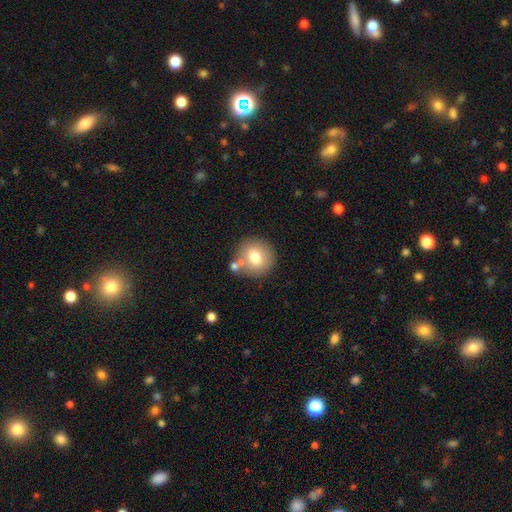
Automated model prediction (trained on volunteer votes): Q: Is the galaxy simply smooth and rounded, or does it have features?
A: smooth — 73%.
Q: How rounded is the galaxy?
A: round — 88%.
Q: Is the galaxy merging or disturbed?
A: none — 74%.